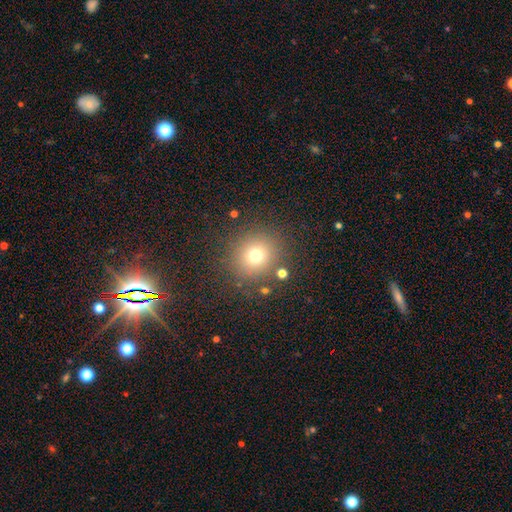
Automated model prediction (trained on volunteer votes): A smooth galaxy with no disk features (72%) that is round (91%).

Vote fractions:
- Smooth or featured? smooth: 72% / star or artifact: 18% / featured or disk: 10%
- How rounded? round: 91% / in between: 8% / cigar-shaped: 1%
- Merging? none: 85% / minor disturbance: 8% / major disturbance: 4% / merger: 3%